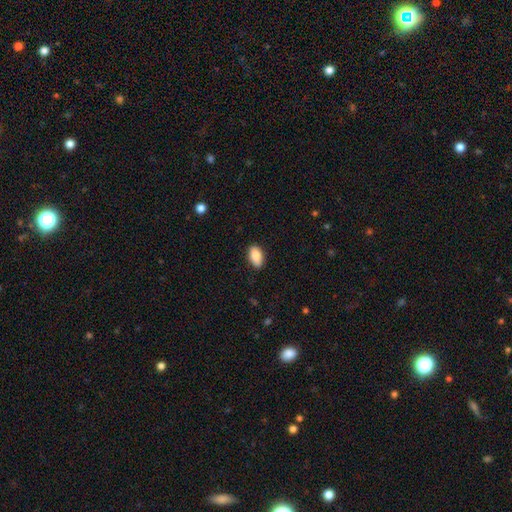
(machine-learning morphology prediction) Smooth or featured? smooth (86%)
How rounded? in between (92%)
Merging? none (85%)